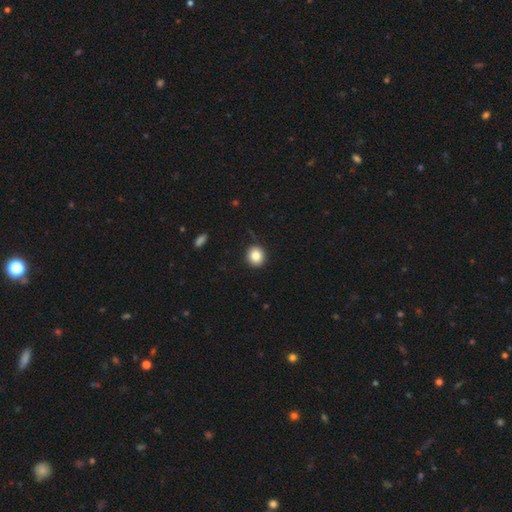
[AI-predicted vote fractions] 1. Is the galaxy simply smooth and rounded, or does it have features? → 84% smooth, 10% star or artifact, 6% featured or disk.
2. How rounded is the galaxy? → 87% round, 12% in between, 1% cigar-shaped.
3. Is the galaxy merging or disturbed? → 88% none, 9% minor disturbance, 2% major disturbance, 1% merger.